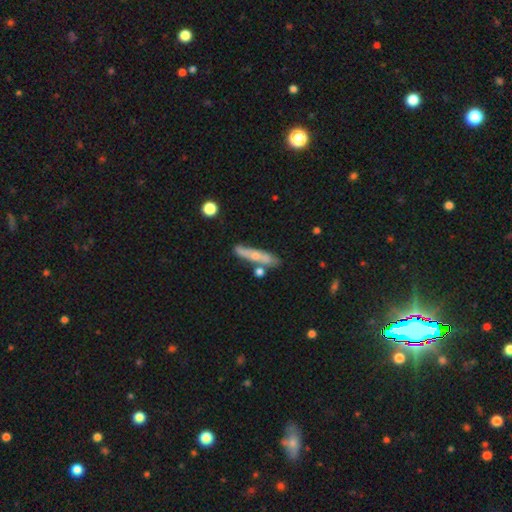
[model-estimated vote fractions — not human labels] A smooth galaxy with no disk features (49%).

Vote fractions:
- Smooth or featured? smooth: 49% / featured or disk: 44% / star or artifact: 6%
- Merging? none: 66% / minor disturbance: 17% / merger: 13% / major disturbance: 4%